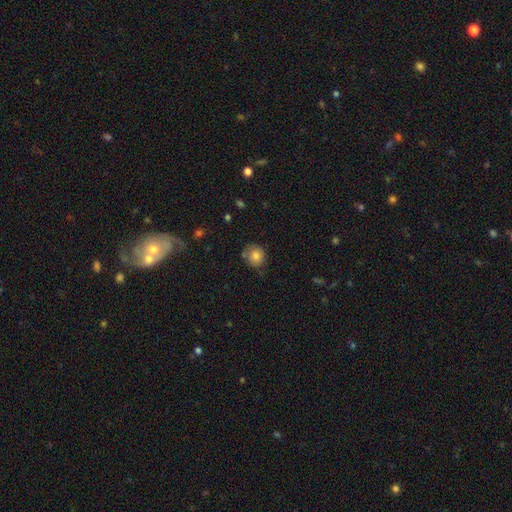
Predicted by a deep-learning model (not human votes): Smooth or featured?
  - smooth: 78% *
  - featured or disk: 13%
  - star or artifact: 9%
How rounded?
  - round: 80% *
  - in between: 19%
  - cigar-shaped: 1%
Merging?
  - none: 60% *
  - minor disturbance: 29%
  - major disturbance: 7%
  - merger: 4%